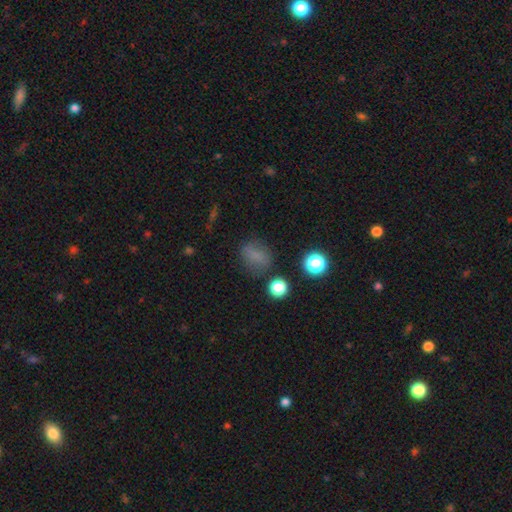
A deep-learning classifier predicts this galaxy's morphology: Smooth or featured?
  - smooth: 72% *
  - star or artifact: 18%
  - featured or disk: 10%
How rounded?
  - in between: 55% *
  - round: 42%
  - cigar-shaped: 3%
Merging?
  - none: 72% *
  - minor disturbance: 17%
  - major disturbance: 7%
  - merger: 4%